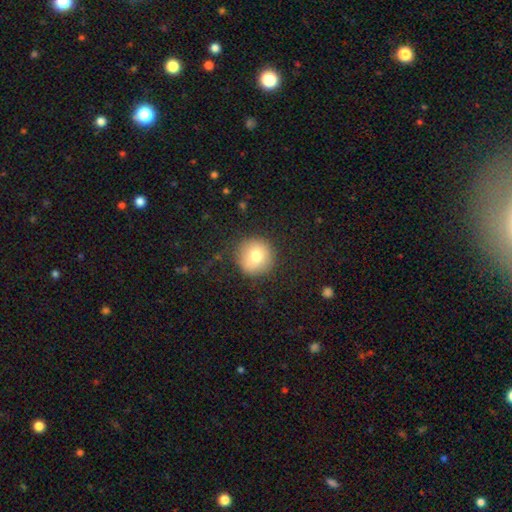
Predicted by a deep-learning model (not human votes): Q: Smooth or featured?
A: smooth (76%); runner-up: featured or disk (13%)
Q: How rounded?
A: round (95%); runner-up: in between (4%)
Q: Merging?
A: none (87%); runner-up: minor disturbance (9%)